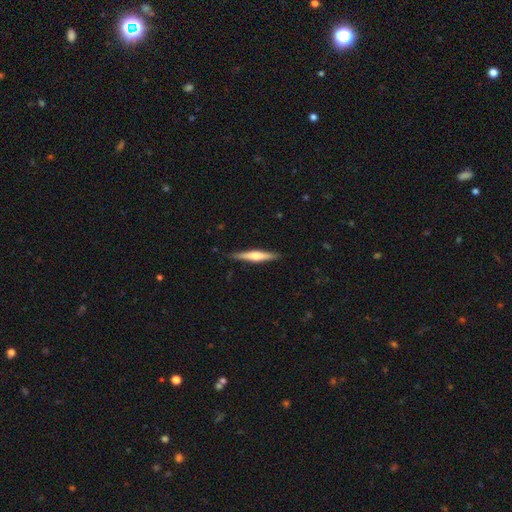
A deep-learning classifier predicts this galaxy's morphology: smooth_or_featured: featured or disk (p=0.56) [alt: smooth p=0.38]
disk_edge_on: yes (p=0.97) [alt: no p=0.03]
edge_on_bulge: rounded (p=0.79) [alt: boxy p=0.12]
merging: none (p=0.88) [alt: minor disturbance p=0.09]